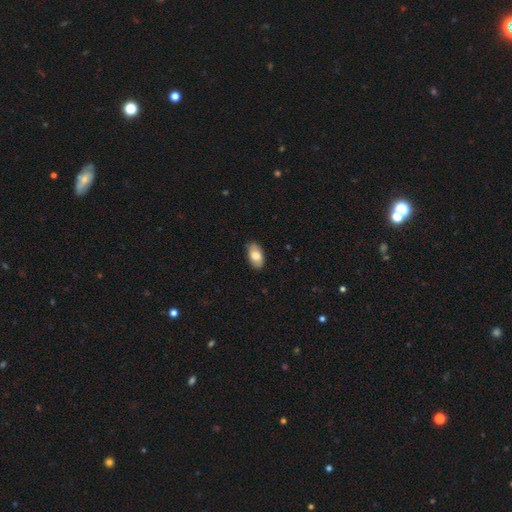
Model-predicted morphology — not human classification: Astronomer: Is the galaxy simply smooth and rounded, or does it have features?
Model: smooth — 80%.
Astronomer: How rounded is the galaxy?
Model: in between — 94%.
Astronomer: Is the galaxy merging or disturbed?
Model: none — 86%.